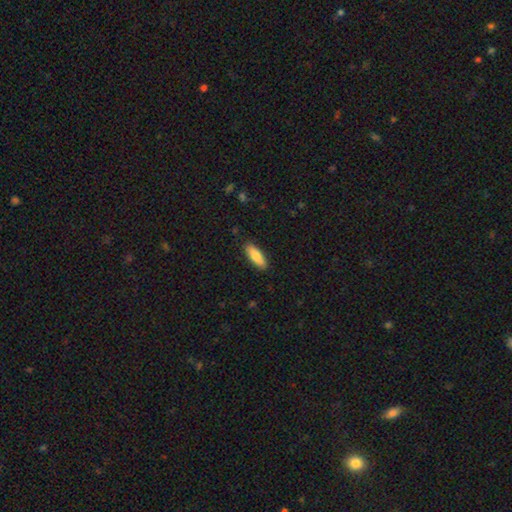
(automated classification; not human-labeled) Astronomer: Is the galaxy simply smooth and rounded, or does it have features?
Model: smooth — 82%.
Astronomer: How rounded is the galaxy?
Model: in between — 63%.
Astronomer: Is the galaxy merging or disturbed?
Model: none — 89%.